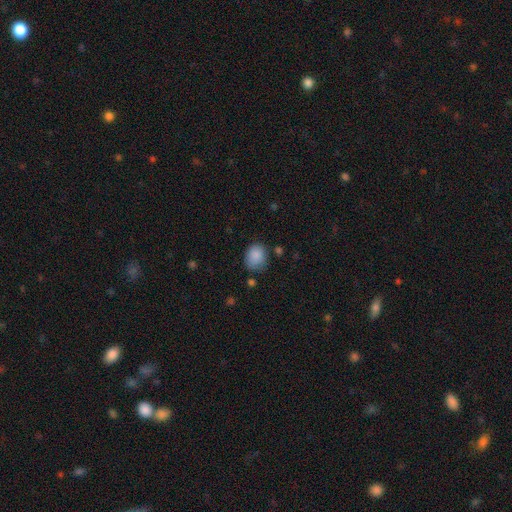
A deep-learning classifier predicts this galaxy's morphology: Overall: smooth (87%). How rounded: in between (54%; round 45%). Merging: none (67%).